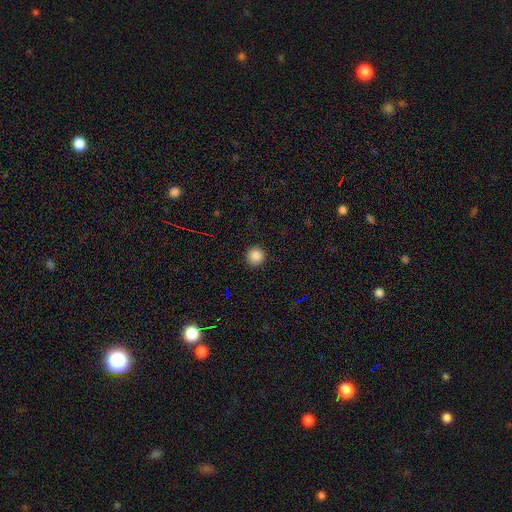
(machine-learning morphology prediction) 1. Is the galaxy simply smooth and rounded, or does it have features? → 86% smooth, 11% star or artifact, 3% featured or disk.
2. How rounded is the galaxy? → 95% round, 4% in between, 1% cigar-shaped.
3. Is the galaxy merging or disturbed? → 91% none, 6% minor disturbance, 2% major disturbance, 1% merger.